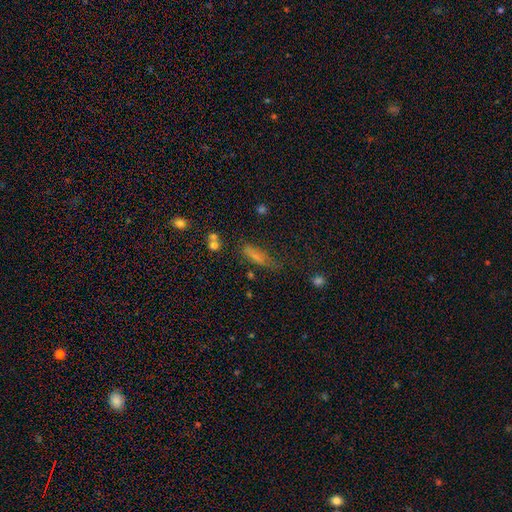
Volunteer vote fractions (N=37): A smooth galaxy with no disk features (68%) that is in between round and cigar-shaped (64%).

Vote fractions:
- Smooth or featured? smooth: 68% / featured or disk: 27% / star or artifact: 5%
- How rounded? in between: 64% / cigar-shaped: 36% / round: 0%
- Merging? none: 60% / minor disturbance: 29% / major disturbance: 9% / merger: 3%